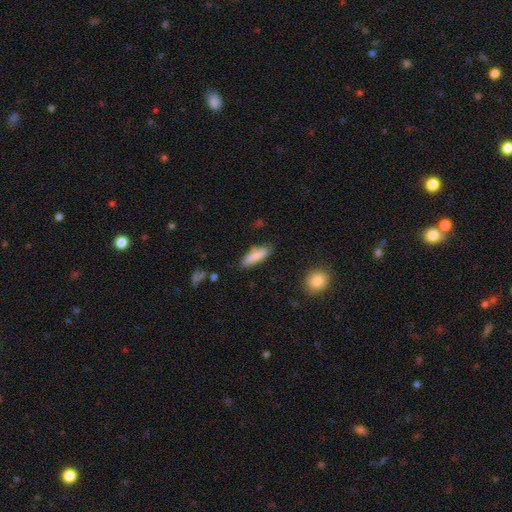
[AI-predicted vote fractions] Smooth or featured? Predicted: smooth (p=0.85). How rounded? Predicted: cigar-shaped (p=0.54). Merging? Predicted: none (p=0.79).